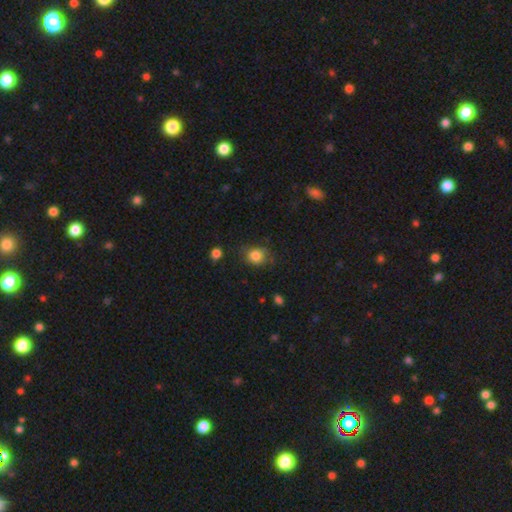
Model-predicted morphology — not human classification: smooth_or_featured: smooth (p=0.82) [alt: star or artifact p=0.10]
how_rounded: round (p=0.61) [alt: in between p=0.38]
merging: none (p=0.69) [alt: minor disturbance p=0.22]